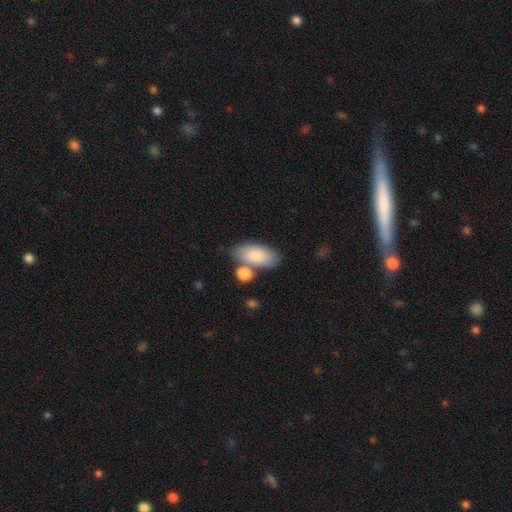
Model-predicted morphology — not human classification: The model was most divided on "merging": none: 61%, merger: 20%, minor disturbance: 15%, major disturbance: 4%. More confident: how rounded — in between (92%); smooth or featured — smooth (84%).